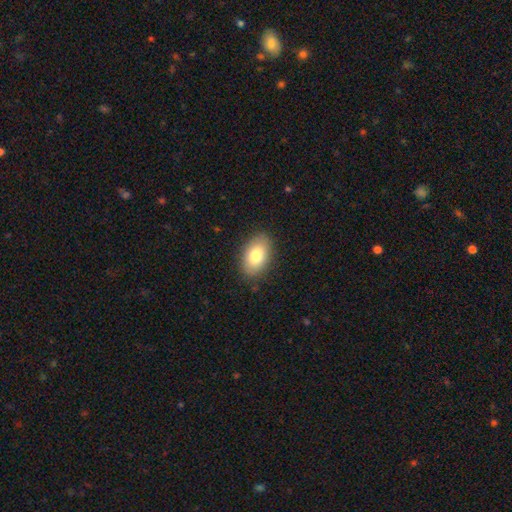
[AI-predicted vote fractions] Smooth or featured?
  - smooth: 81% *
  - featured or disk: 12%
  - star or artifact: 7%
How rounded?
  - in between: 92% *
  - round: 7%
  - cigar-shaped: 1%
Merging?
  - none: 86% *
  - minor disturbance: 11%
  - major disturbance: 3%
  - merger: 1%